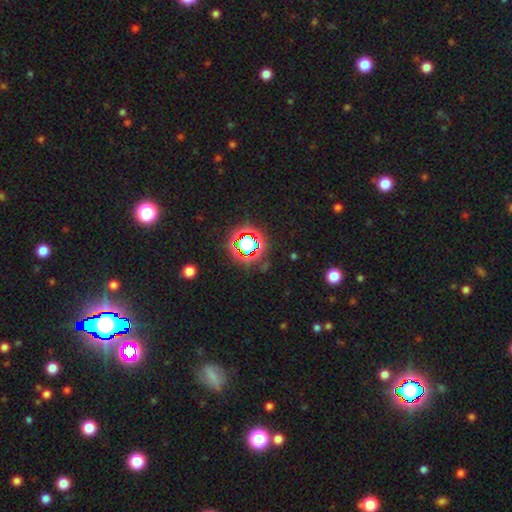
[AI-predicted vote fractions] The model was most divided on "smooth or featured": star or artifact: 77%, smooth: 14%, featured or disk: 9%.